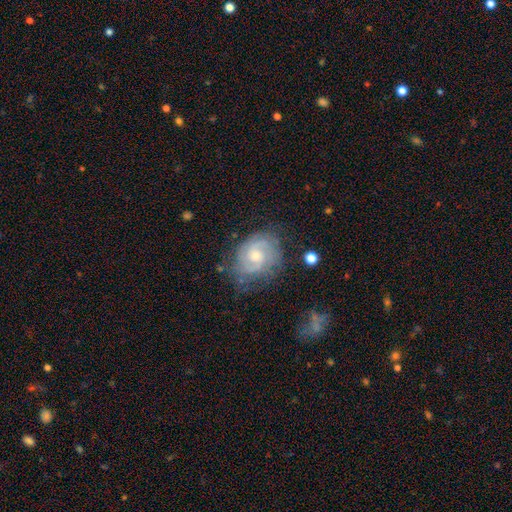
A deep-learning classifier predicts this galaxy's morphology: This is clearly a featured or disk galaxy (80%). It is clearly not viewed edge-on (98%). Bar: possibly no (58%). Spiral arm pattern: clearly yes (94%). Spiral arm count: possibly 2 (58%). Spiral winding: possibly tight (54%). Central bulge: possibly moderate (51%). Merging: likely none (69%).